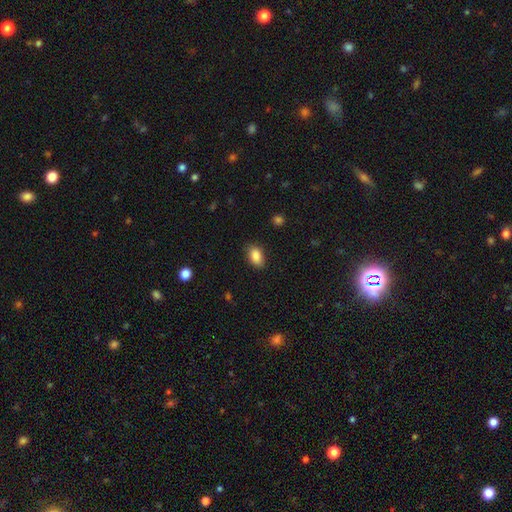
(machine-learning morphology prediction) smooth 88%, star or artifact 8%, featured or disk 5%. Down the decision tree: how rounded — in between (88%); merging — none (83%).